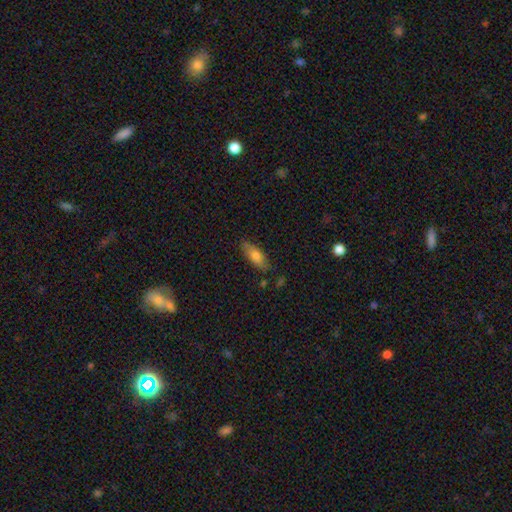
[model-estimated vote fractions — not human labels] smooth 73%, featured or disk 20%, star or artifact 7%. Down the decision tree: how rounded — in between (72%); merging — none (80%).